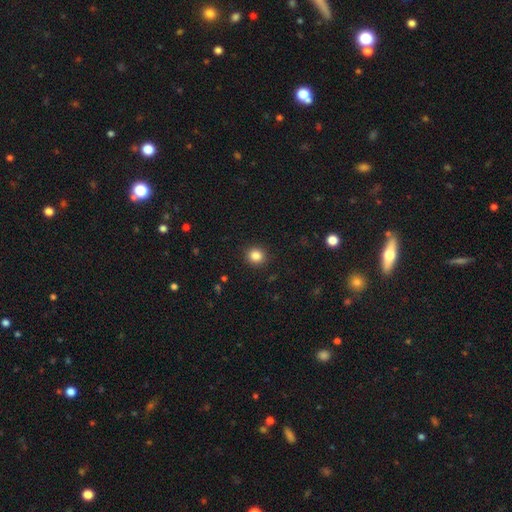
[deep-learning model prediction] smooth-or-featured: smooth: 85% | star or artifact: 11% | featured or disk: 4%
  how-rounded: round: 88% | in between: 11% | cigar-shaped: 1%
  merging: none: 91% | minor disturbance: 6% | major disturbance: 2% | merger: 1%